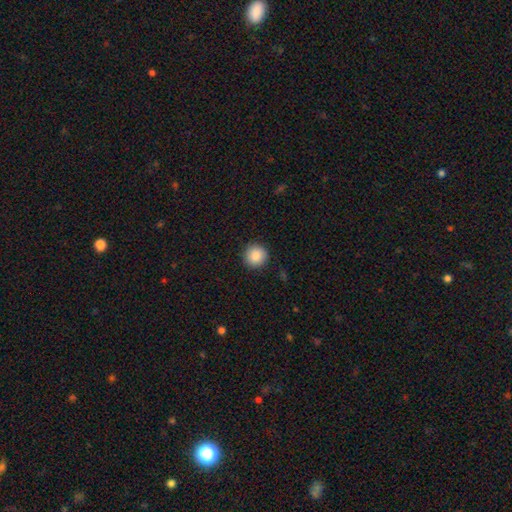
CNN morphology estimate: Q: Smooth or featured?
A: smooth (85%); runner-up: star or artifact (8%)
Q: How rounded?
A: round (95%); runner-up: in between (4%)
Q: Merging?
A: none (92%); runner-up: minor disturbance (5%)